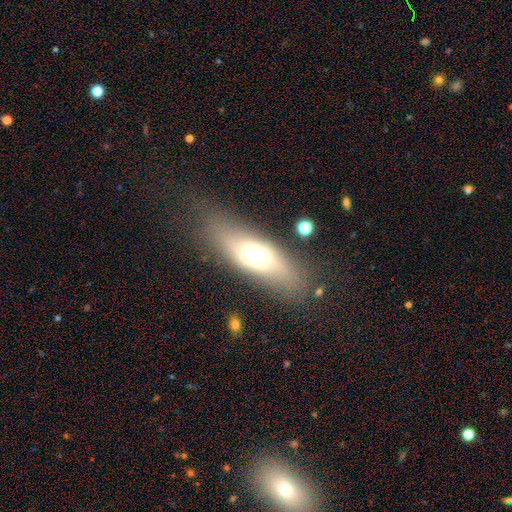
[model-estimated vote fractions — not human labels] A smooth galaxy with no disk features (63%) that is in between round and cigar-shaped (62%).

Vote fractions:
- Smooth or featured? smooth: 63% / featured or disk: 27% / star or artifact: 10%
- How rounded? in between: 62% / cigar-shaped: 34% / round: 4%
- Merging? none: 77% / minor disturbance: 13% / major disturbance: 7% / merger: 3%